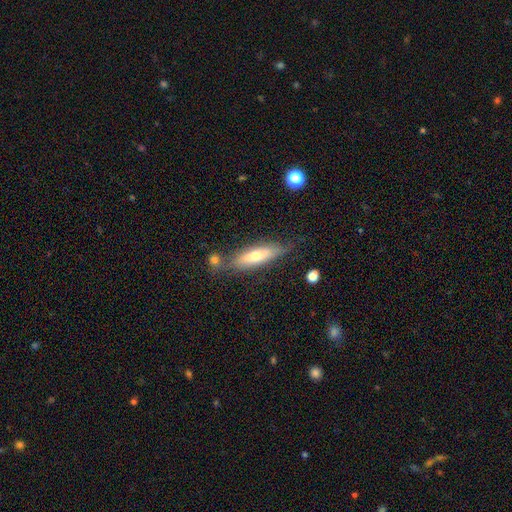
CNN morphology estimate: Smooth or featured?
  - smooth: 53% *
  - featured or disk: 39%
  - star or artifact: 7%
How rounded?
  - cigar-shaped: 68% *
  - in between: 30%
  - round: 2%
Merging?
  - none: 72% *
  - minor disturbance: 17%
  - merger: 6%
  - major disturbance: 4%